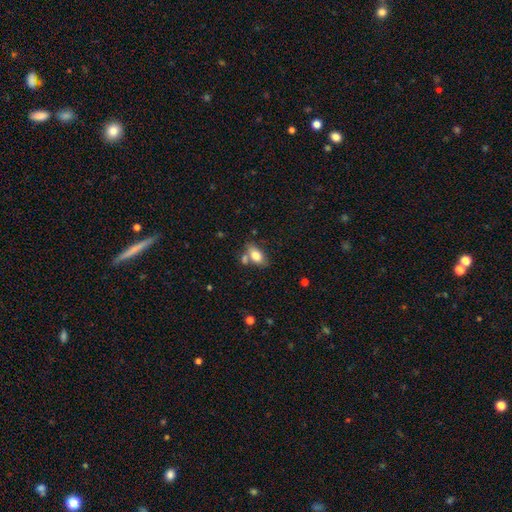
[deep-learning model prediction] This appears to be a smooth galaxy with no disk features (78%) that is in between round and cigar-shaped (89%). Merging: none (55%).